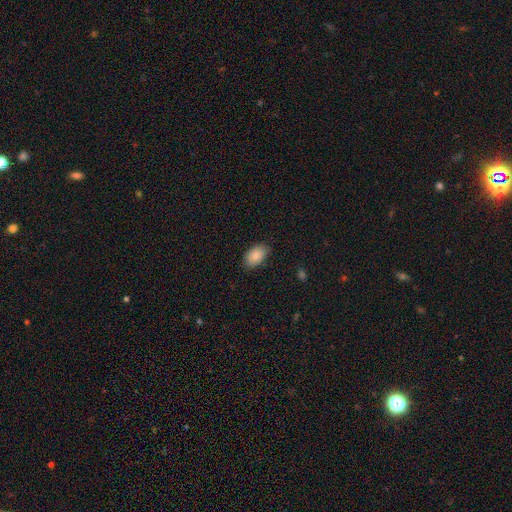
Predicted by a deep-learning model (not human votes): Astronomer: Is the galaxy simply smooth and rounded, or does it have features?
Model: smooth — 88%.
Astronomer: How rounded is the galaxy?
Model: in between — 92%.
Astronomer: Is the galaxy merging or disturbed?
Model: none — 84%.